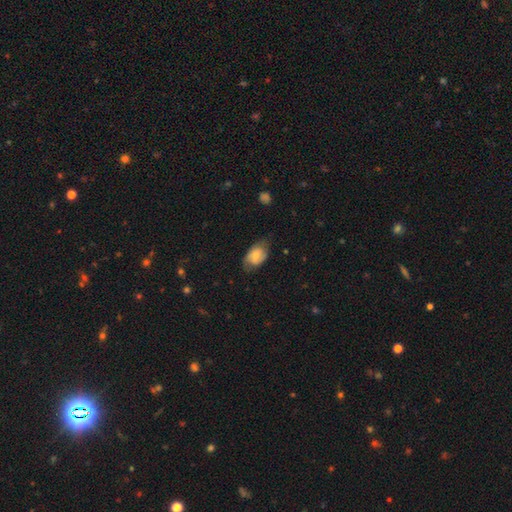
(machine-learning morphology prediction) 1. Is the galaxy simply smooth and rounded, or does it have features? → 63% smooth, 30% featured or disk, 7% star or artifact.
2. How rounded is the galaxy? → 88% in between, 11% round, 1% cigar-shaped.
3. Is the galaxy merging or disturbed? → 59% none, 29% minor disturbance, 10% major disturbance, 1% merger.